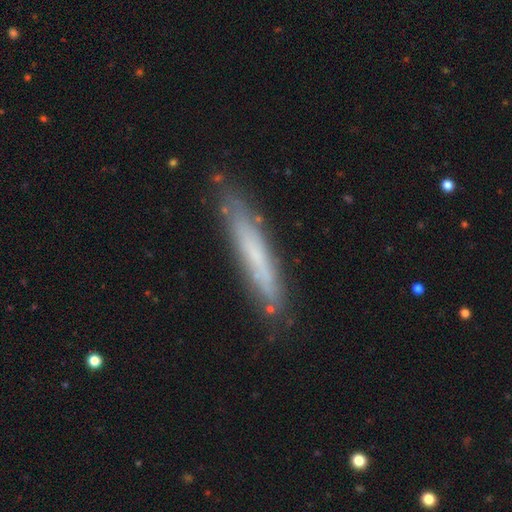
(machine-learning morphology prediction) Smooth or featured?
  - smooth: 48% *
  - featured or disk: 45%
  - star or artifact: 7%
Merging?
  - none: 80% *
  - minor disturbance: 15%
  - major disturbance: 3%
  - merger: 2%